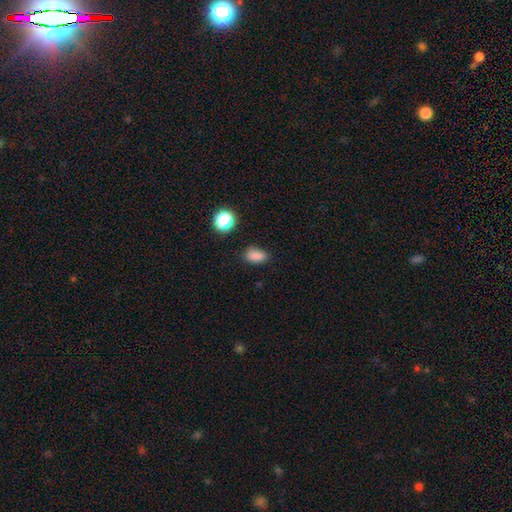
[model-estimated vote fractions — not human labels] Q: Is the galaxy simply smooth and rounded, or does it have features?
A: smooth — 84%.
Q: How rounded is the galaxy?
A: in between — 84%.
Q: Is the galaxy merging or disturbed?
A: none — 79%.